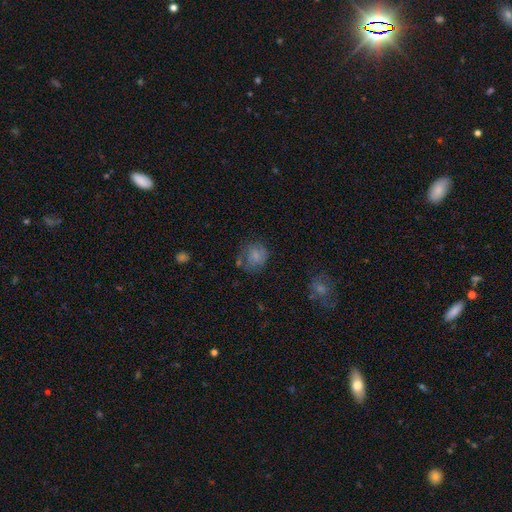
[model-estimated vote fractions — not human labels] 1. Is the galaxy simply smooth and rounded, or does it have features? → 69% smooth, 20% featured or disk, 11% star or artifact.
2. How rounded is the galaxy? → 75% round, 24% in between, 1% cigar-shaped.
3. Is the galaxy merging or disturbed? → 58% none, 24% minor disturbance, 13% major disturbance, 5% merger.